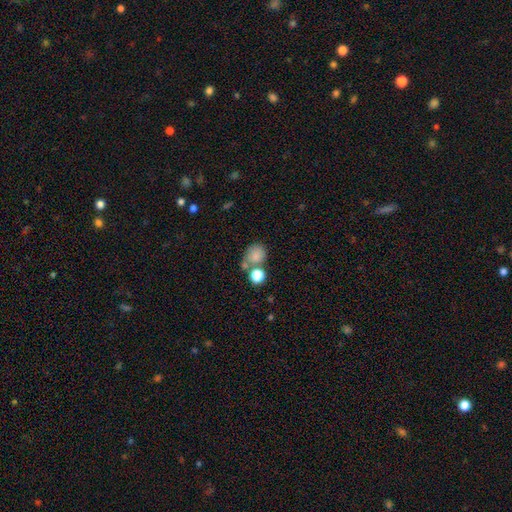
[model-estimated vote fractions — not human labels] Overall: smooth (79%). How rounded: round (68%; in between 31%). Merging: none (46%; merger 33%).